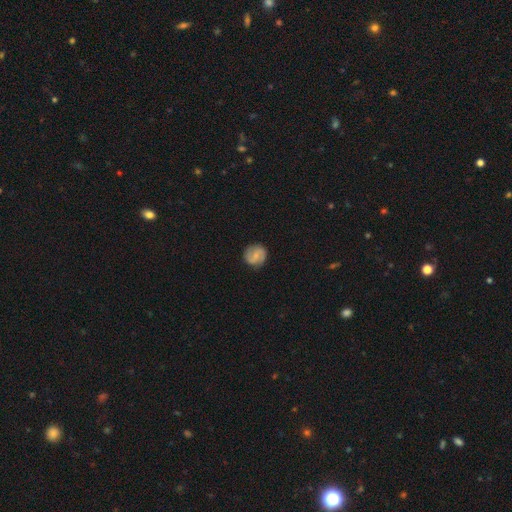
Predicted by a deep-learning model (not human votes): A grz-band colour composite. It shows a featured or disk galaxy (47%). Merging: none (85%).